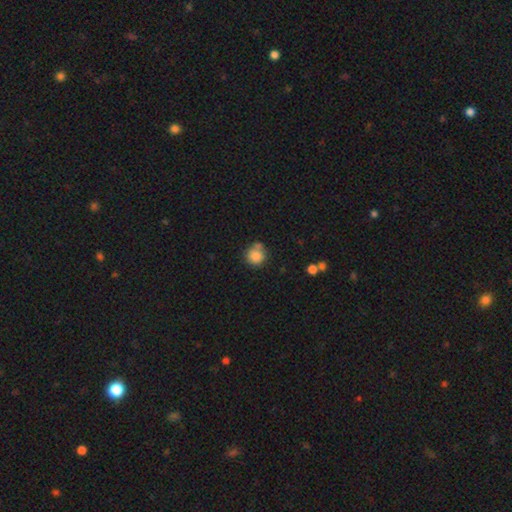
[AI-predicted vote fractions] The model was most divided on "merging": none: 60%, minor disturbance: 18%, merger: 17%, major disturbance: 5%. More confident: how rounded — round (90%); smooth or featured — smooth (85%).